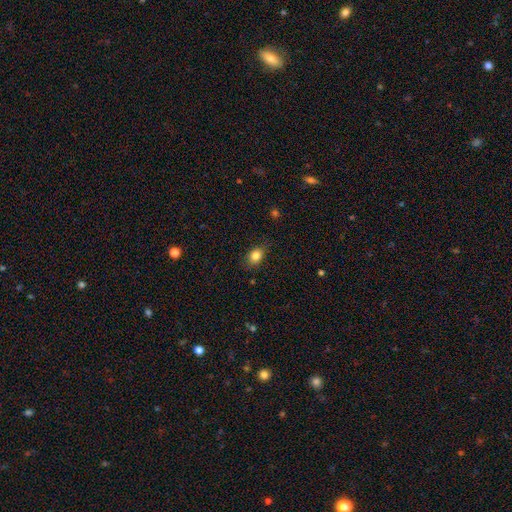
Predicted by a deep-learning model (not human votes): Smooth or featured?
  - smooth: 83% *
  - star or artifact: 10%
  - featured or disk: 7%
How rounded?
  - in between: 62% *
  - round: 36%
  - cigar-shaped: 2%
Merging?
  - none: 77% *
  - minor disturbance: 18%
  - major disturbance: 4%
  - merger: 1%